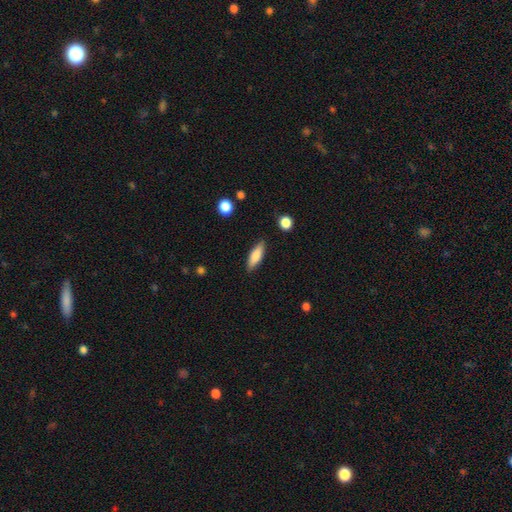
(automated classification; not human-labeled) A smooth galaxy with no disk features (78%) that is in between round and cigar-shaped (55%). Merging: none (86%).